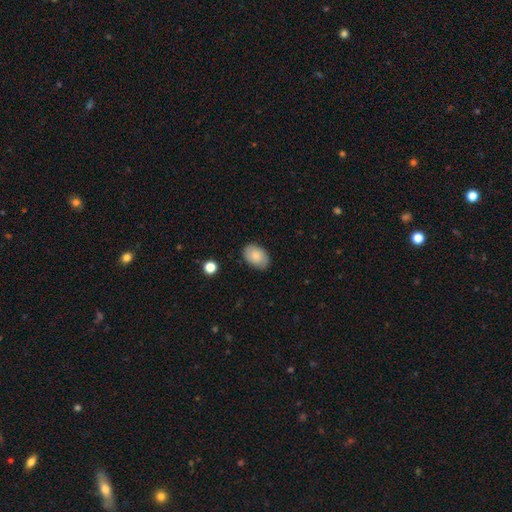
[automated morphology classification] Overall: smooth (79%). How rounded: in between (85%). Merging: none (84%).